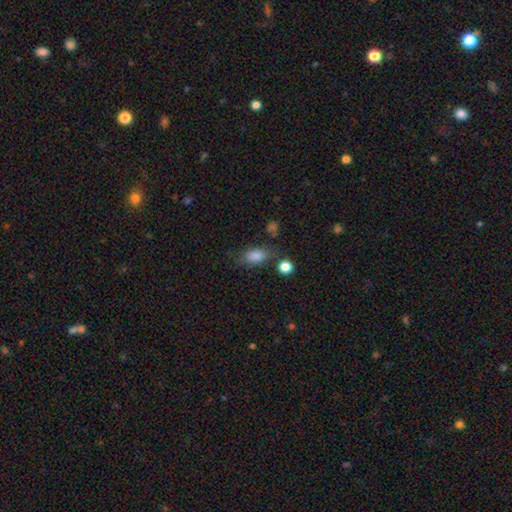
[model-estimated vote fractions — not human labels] A smooth galaxy with no disk features (84%) that is in between round and cigar-shaped (84%).

Vote fractions:
- Smooth or featured? smooth: 84% / star or artifact: 10% / featured or disk: 7%
- How rounded? in between: 84% / round: 12% / cigar-shaped: 4%
- Merging? none: 69% / minor disturbance: 18% / merger: 6% / major disturbance: 6%